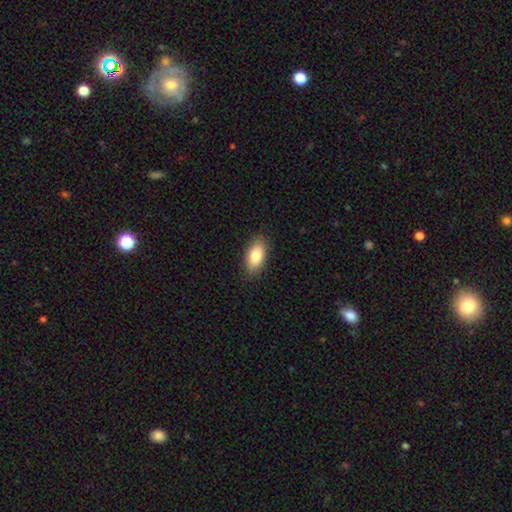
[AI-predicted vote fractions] This is clearly a smooth galaxy (83%). How rounded: clearly in between (91%). Merging: clearly none (86%).